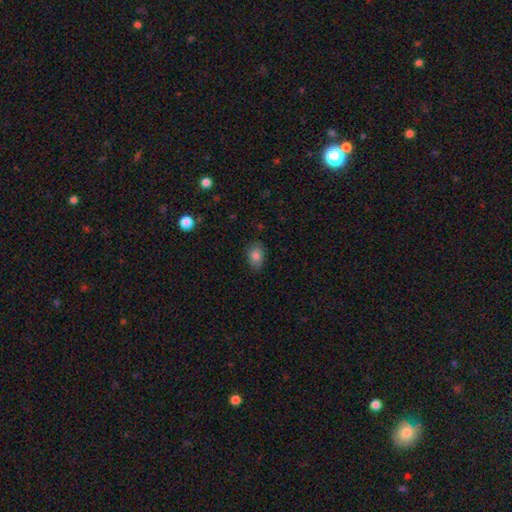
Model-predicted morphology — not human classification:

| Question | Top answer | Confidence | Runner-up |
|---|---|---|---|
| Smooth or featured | smooth | 84% | star or artifact (10%) |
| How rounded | in between | 79% | round (20%) |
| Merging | none | 81% | minor disturbance (15%) |